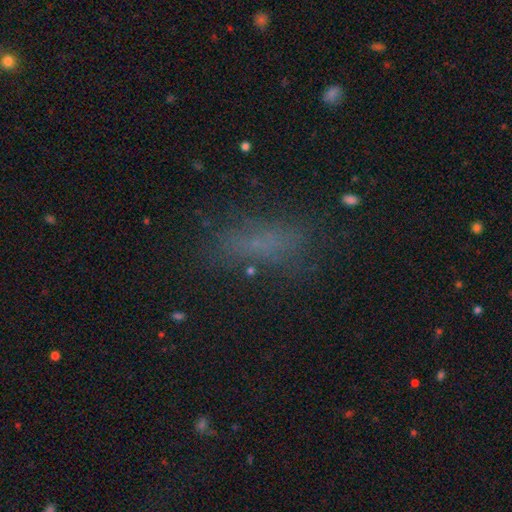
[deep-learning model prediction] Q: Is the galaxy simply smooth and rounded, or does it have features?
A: smooth — 61%.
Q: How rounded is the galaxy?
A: in between — 51%.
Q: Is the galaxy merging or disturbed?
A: none — 69%.